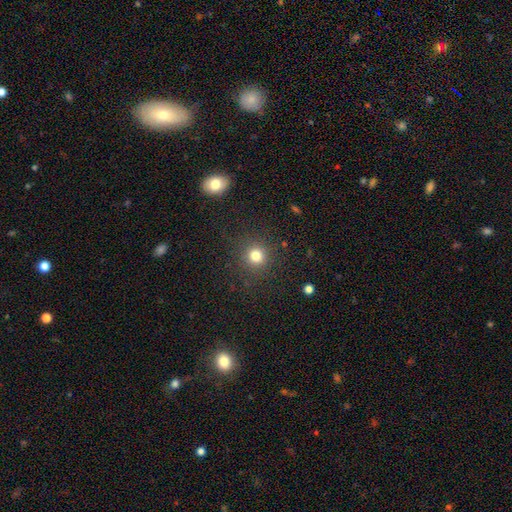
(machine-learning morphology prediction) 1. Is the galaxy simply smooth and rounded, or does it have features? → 80% smooth, 14% star or artifact, 6% featured or disk.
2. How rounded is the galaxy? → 92% round, 7% in between, 1% cigar-shaped.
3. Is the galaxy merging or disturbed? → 88% none, 7% minor disturbance, 3% major disturbance, 1% merger.